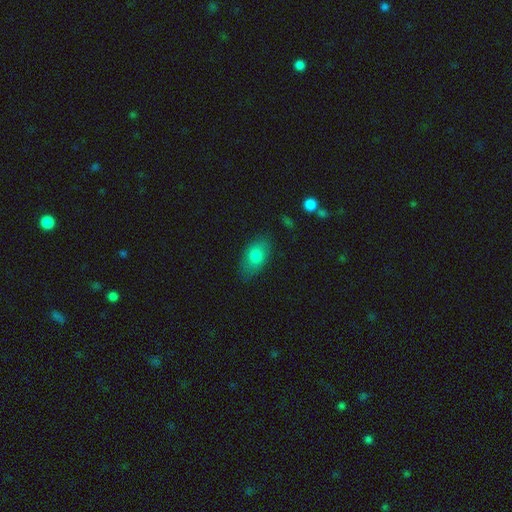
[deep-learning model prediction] Smooth or featured?
  - smooth: 78% *
  - featured or disk: 14%
  - star or artifact: 8%
How rounded?
  - in between: 89% *
  - round: 8%
  - cigar-shaped: 3%
Merging?
  - none: 78% *
  - minor disturbance: 16%
  - major disturbance: 4%
  - merger: 1%